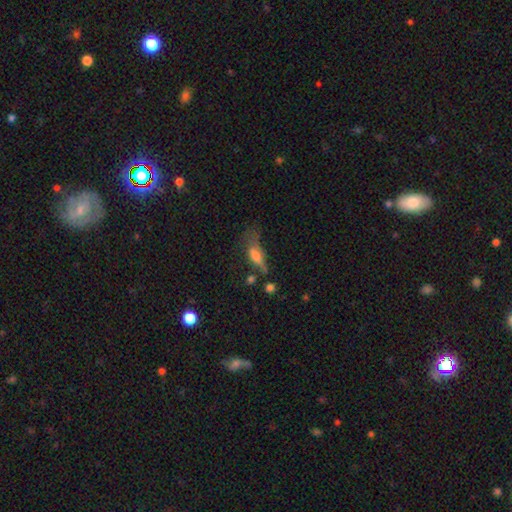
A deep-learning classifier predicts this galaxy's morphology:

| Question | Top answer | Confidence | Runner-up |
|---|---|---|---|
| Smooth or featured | smooth | 58% | featured or disk (30%) |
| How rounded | in between | 63% | cigar-shaped (32%) |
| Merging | major disturbance | 41% | minor disturbance (25%) |